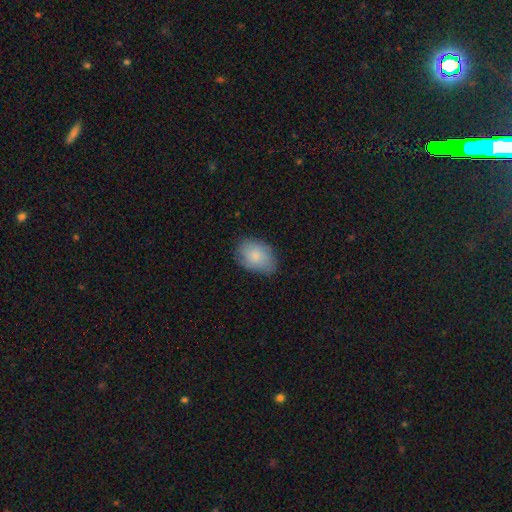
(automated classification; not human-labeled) Q: Smooth or featured?
A: smooth (81%); runner-up: featured or disk (12%)
Q: How rounded?
A: in between (85%); runner-up: round (14%)
Q: Merging?
A: none (71%); runner-up: minor disturbance (23%)